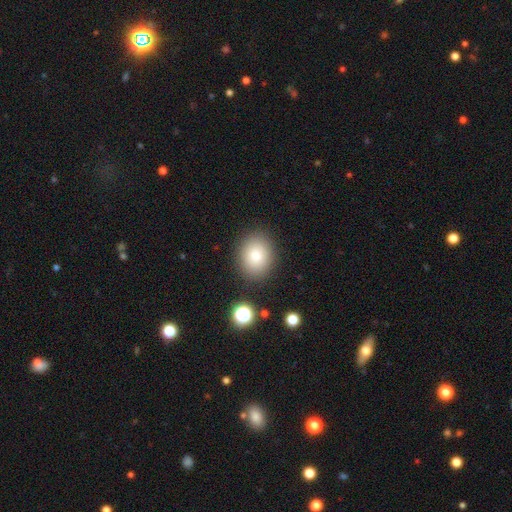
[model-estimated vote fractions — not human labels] A smooth galaxy with no disk features (81%) that is round (50%).

Vote fractions:
- Smooth or featured? smooth: 81% / star or artifact: 10% / featured or disk: 9%
- How rounded? round: 50% / in between: 49% / cigar-shaped: 1%
- Merging? none: 85% / minor disturbance: 9% / major disturbance: 3% / merger: 2%